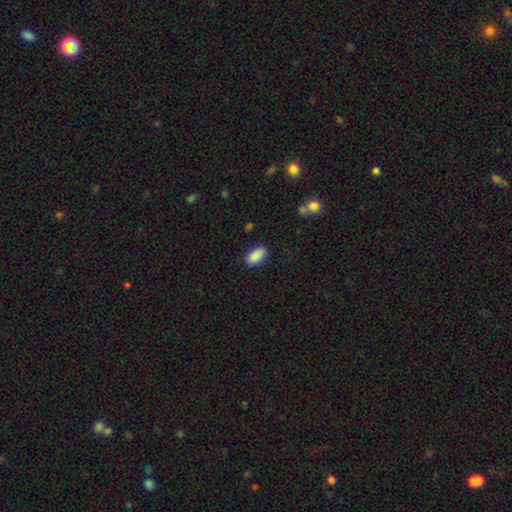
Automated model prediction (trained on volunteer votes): This appears to be a smooth galaxy with no disk features (90%) that is in between round and cigar-shaped (93%). Merging: none (87%).